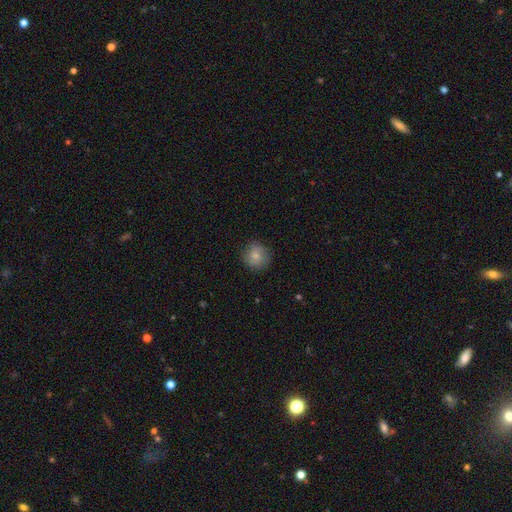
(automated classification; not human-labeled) Smooth or featured? Predicted: smooth (p=0.81). How rounded? Predicted: round (p=0.91). Merging? Predicted: none (p=0.83).